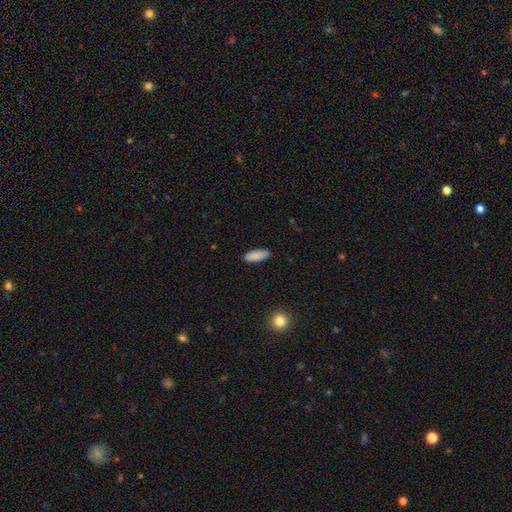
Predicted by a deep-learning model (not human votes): Overall: smooth (89%). How rounded: in between (69%; cigar-shaped 29%). Merging: none (88%).